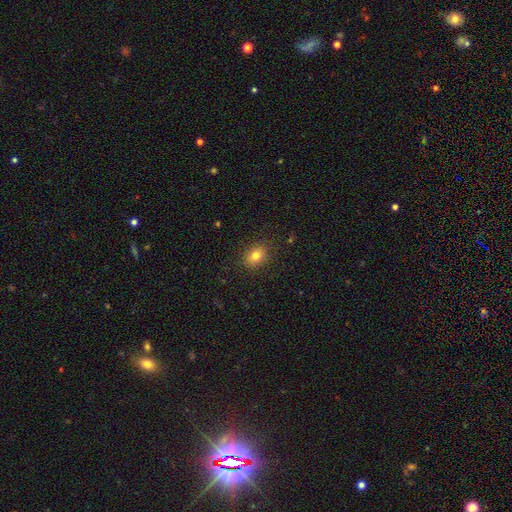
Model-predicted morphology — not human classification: Smooth or featured? Predicted: smooth (p=0.80). How rounded? Predicted: in between (p=0.59). Merging? Predicted: none (p=0.87).